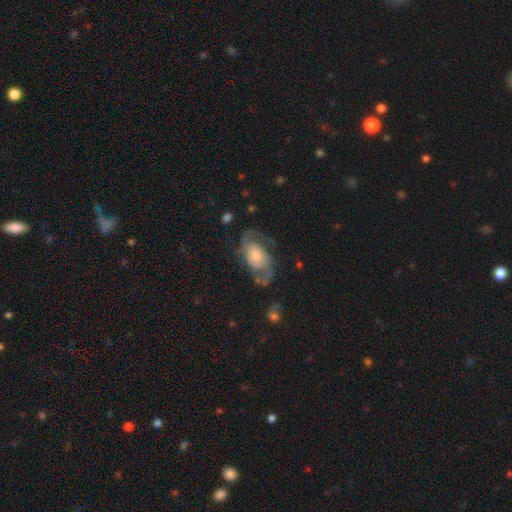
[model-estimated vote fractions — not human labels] Smooth or featured?
  - featured or disk: 82% *
  - smooth: 12%
  - star or artifact: 6%
Edge-on disk?
  - no: 97% *
  - yes: 3%
Bar?
  - no: 68% *
  - weak: 25%
  - strong: 6%
Spiral arms?
  - yes: 94% *
  - no: 6%
Spiral winding?
  - medium: 49% *
  - loose: 33%
  - tight: 18%
Spiral arm count?
  - 2: 91% *
  - can't tell: 4%
  - 1: 2%
  - 3: 1%
  - 4: 1%
  - more than 4: 1%
Bulge size?
  - moderate: 38% *
  - small: 37%
  - large: 17%
  - none: 5%
  - dominant: 3%
Merging?
  - none: 68% *
  - minor disturbance: 17%
  - major disturbance: 13%
  - merger: 2%